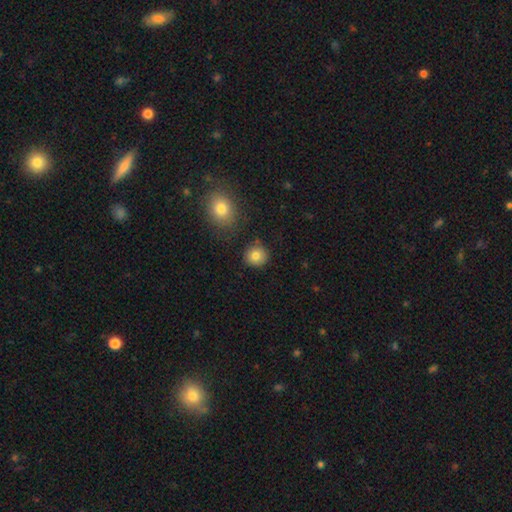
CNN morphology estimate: The model was most divided on "smooth or featured": smooth: 83%, star or artifact: 10%, featured or disk: 7%. More confident: how rounded — round (91%); merging — none (85%).